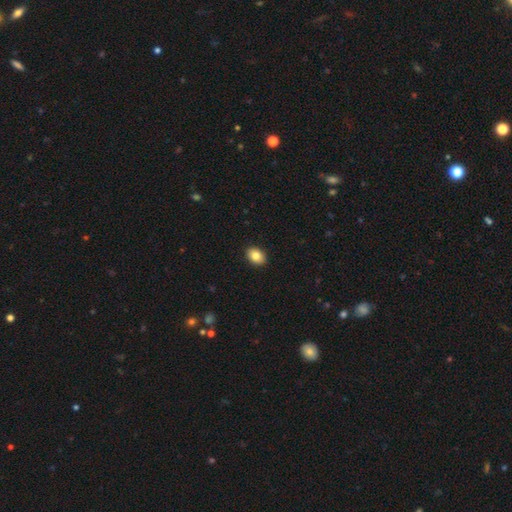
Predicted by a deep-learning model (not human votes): This appears to be a smooth galaxy with no disk features (85%) that is in between round and cigar-shaped (73%). Merging: none (91%).